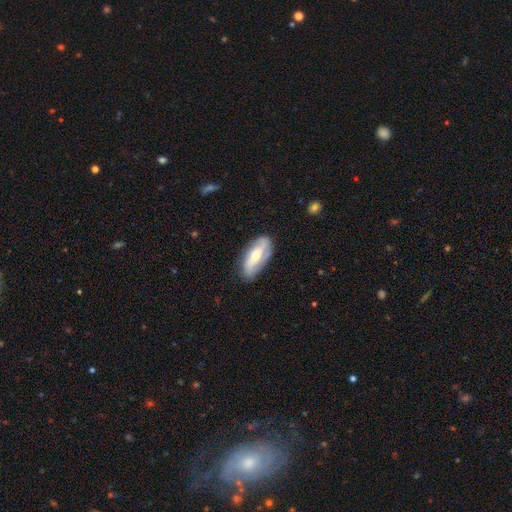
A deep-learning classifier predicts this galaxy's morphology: Smooth or featured? featured or disk (58%)
Edge-on disk? no (83%)
Merging? none (76%)